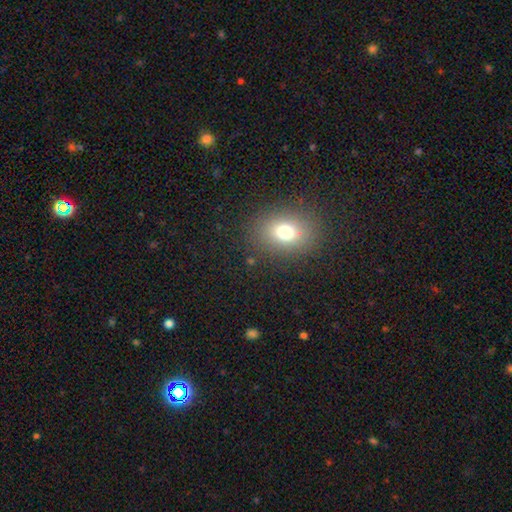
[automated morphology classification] A smooth galaxy with no disk features (73%) that is in between round and cigar-shaped (62%). Merging: none (90%).